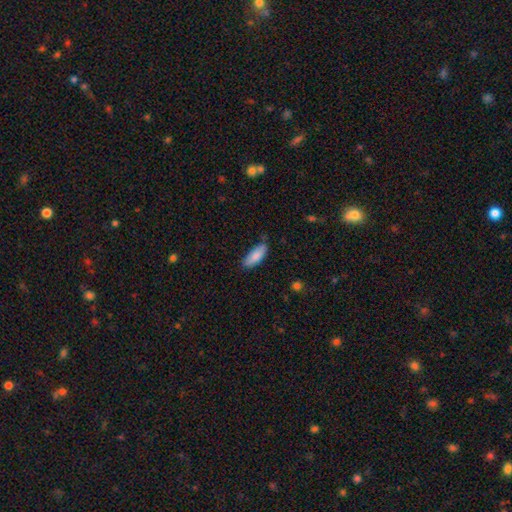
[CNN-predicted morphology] smooth 86%, featured or disk 8%, star or artifact 6%. Down the decision tree: how rounded — in between (72%); merging — none (74%).